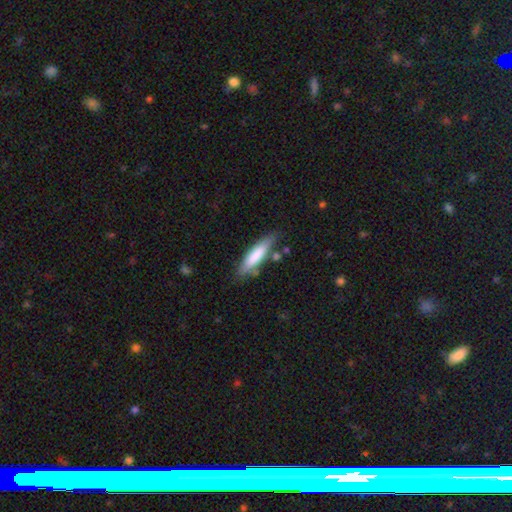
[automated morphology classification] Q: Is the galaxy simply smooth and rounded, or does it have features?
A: smooth — 74%.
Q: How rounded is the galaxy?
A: cigar-shaped — 72%.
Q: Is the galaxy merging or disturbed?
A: none — 73%.